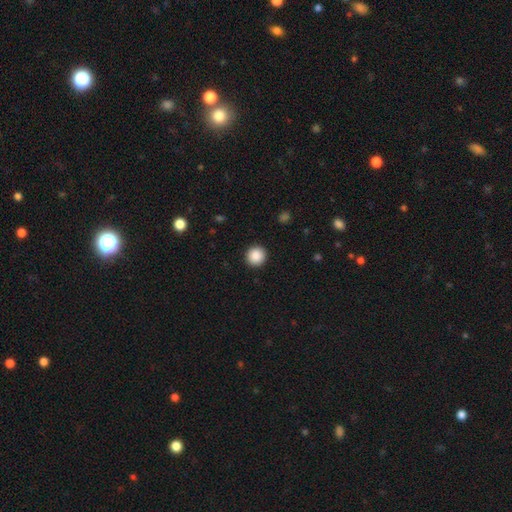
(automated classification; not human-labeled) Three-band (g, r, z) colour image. It shows a smooth galaxy with no disk features (89%) that is round (95%). Merging: none (92%).